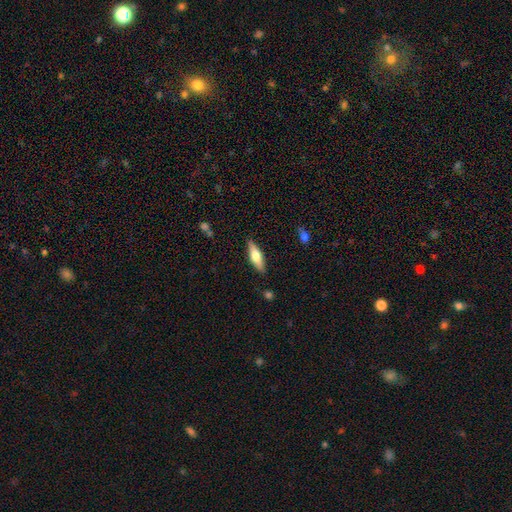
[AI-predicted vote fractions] The model was most divided on "smooth or featured": smooth: 50%, featured or disk: 44%, star or artifact: 6%. More confident: merging — none (88%); how rounded — cigar-shaped (55%).